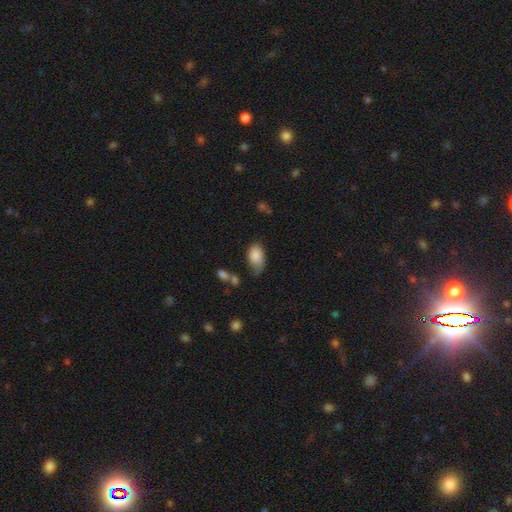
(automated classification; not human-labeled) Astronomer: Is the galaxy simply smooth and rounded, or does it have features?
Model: smooth — 84%.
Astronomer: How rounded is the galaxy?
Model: in between — 93%.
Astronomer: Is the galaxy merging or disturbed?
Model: none — 49% (runner-up: minor disturbance, 35%).